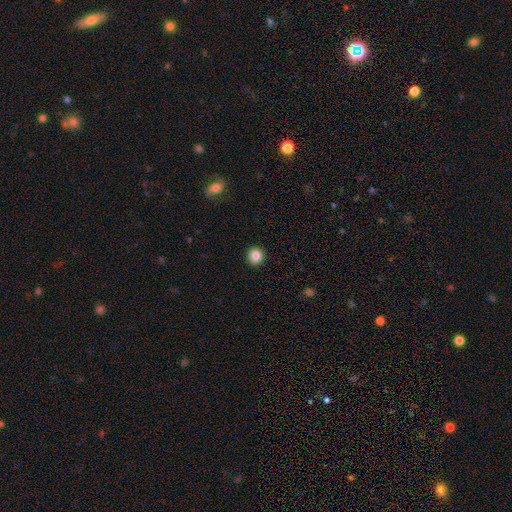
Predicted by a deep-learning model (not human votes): This appears to be a smooth galaxy with no disk features (85%) that is round (91%). Merging: none (92%).